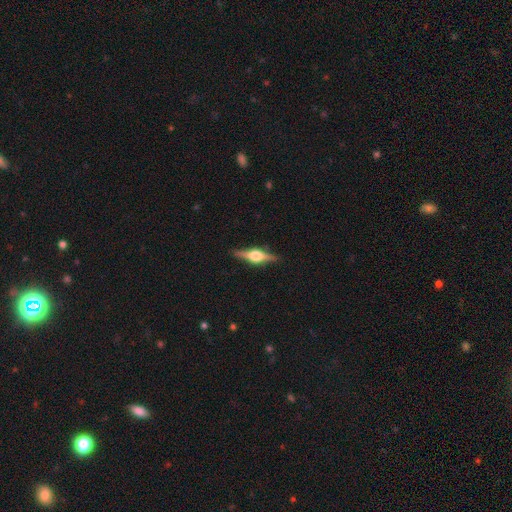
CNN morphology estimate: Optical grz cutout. It shows a featured or disk galaxy (79%) viewed edge-on (98%) with a rounded central bulge (93%). Merging: none (89%).